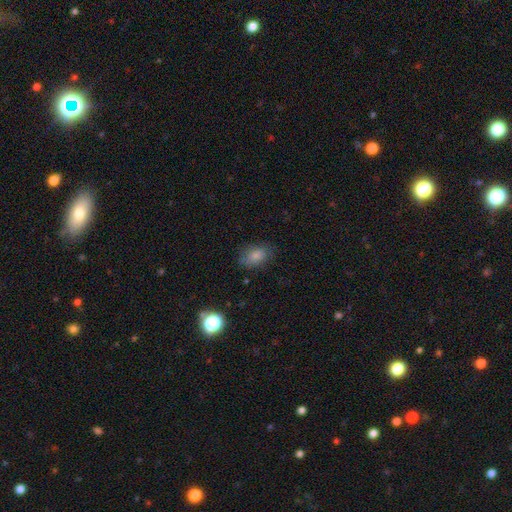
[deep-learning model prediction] The model was most divided on "merging": none: 77%, minor disturbance: 17%, major disturbance: 5%, merger: 1%. More confident: how rounded — in between (83%); smooth or featured — smooth (82%).